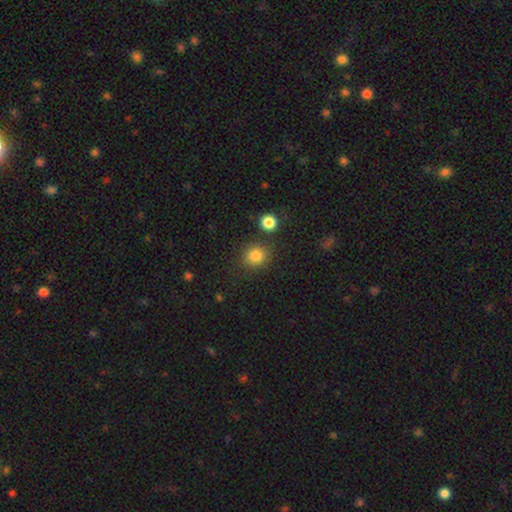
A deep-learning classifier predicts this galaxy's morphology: Q: Smooth or featured?
A: smooth (83%); runner-up: star or artifact (12%)
Q: How rounded?
A: round (83%); runner-up: in between (16%)
Q: Merging?
A: none (79%); runner-up: minor disturbance (10%)